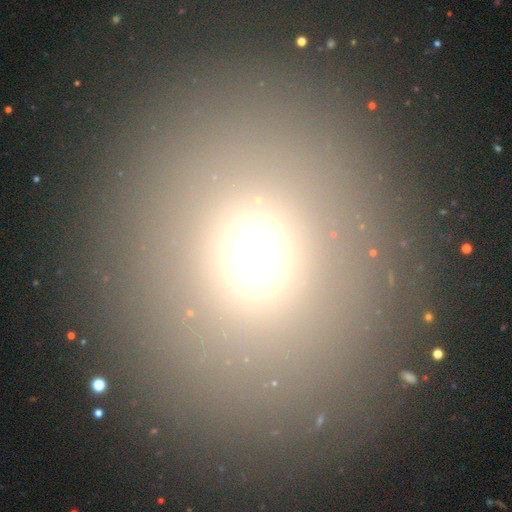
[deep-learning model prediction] This appears to be a smooth galaxy with no disk features (67%) that is round (79%). Merging: none (86%).